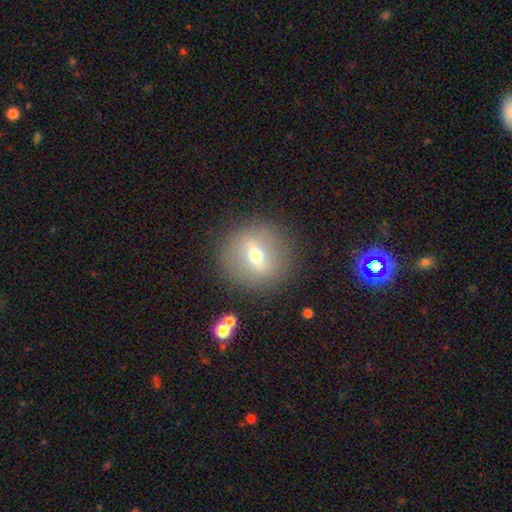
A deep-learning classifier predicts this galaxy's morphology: Smooth or featured?
  - featured or disk: 47% *
  - smooth: 42%
  - star or artifact: 11%
Merging?
  - none: 88% *
  - minor disturbance: 8%
  - major disturbance: 3%
  - merger: 2%